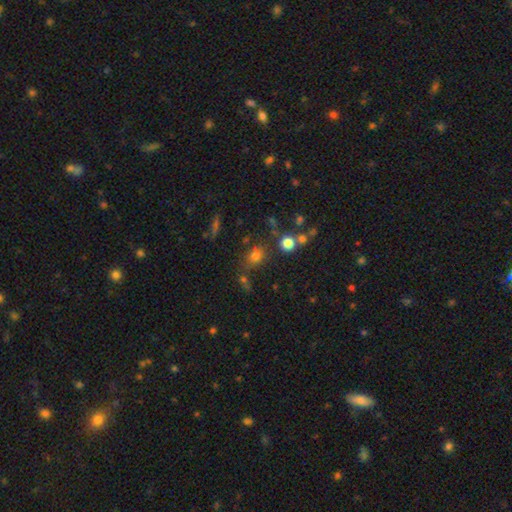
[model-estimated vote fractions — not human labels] A smooth galaxy with no disk features (71%) that is round (63%). Merging: none (63%).